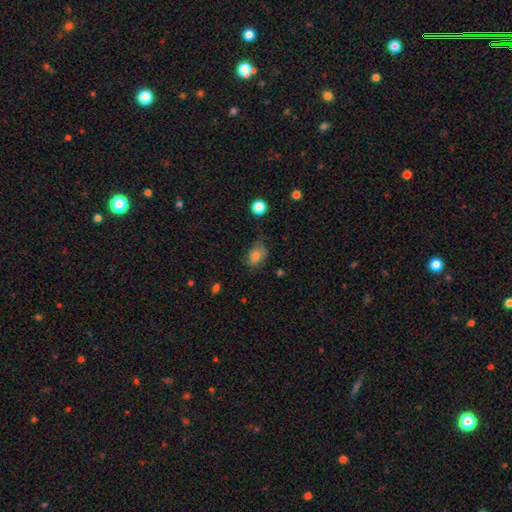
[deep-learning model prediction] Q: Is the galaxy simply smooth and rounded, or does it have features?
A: smooth — 74%.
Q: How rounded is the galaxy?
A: in between — 77%.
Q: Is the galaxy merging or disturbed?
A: none — 50%.